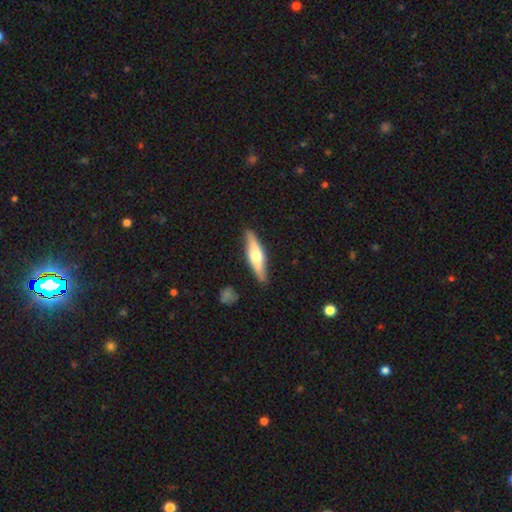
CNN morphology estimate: A featured or disk galaxy (50%) viewed edge-on (87%). Merging: none (86%).